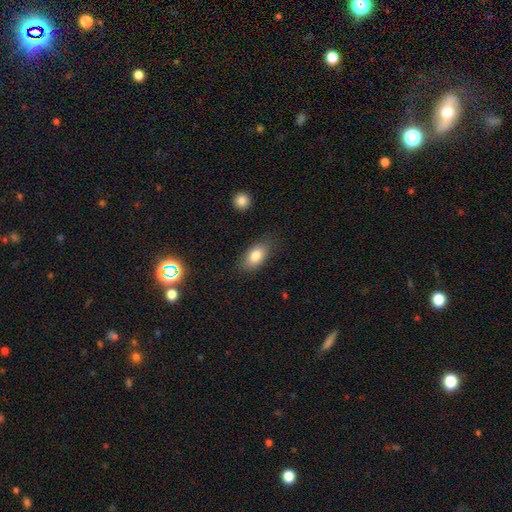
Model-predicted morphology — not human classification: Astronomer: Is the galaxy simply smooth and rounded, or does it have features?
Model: smooth — 81%.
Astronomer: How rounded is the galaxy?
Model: in between — 90%.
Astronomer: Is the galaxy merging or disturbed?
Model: none — 79%.